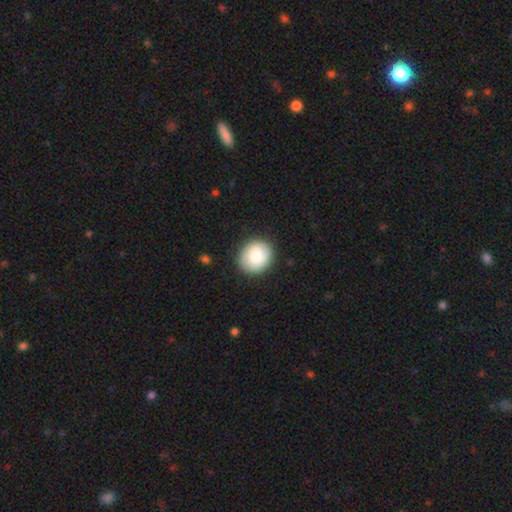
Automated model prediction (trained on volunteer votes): smooth-or-featured: smooth: 77% | featured or disk: 16% | star or artifact: 7%
  how-rounded: round: 75% | in between: 24% | cigar-shaped: 1%
  merging: none: 88% | minor disturbance: 9% | major disturbance: 2% | merger: 1%